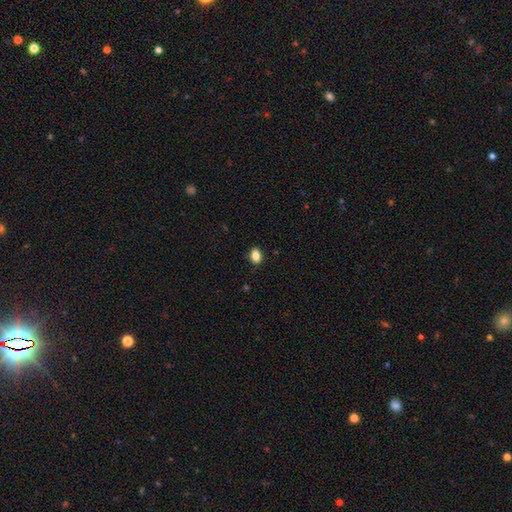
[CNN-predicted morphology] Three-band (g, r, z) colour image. It shows a smooth galaxy with no disk features (86%) that is in between round and cigar-shaped (83%). Merging: none (87%).